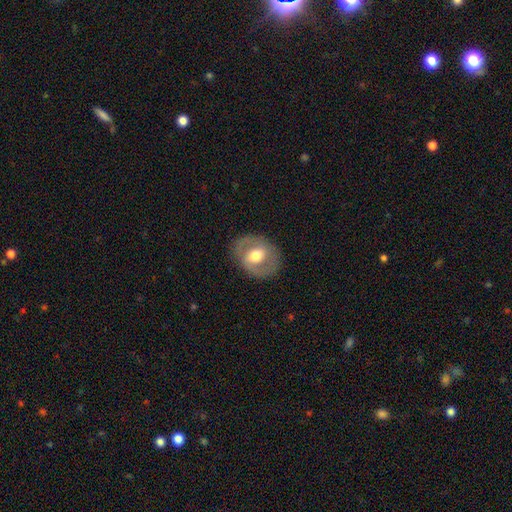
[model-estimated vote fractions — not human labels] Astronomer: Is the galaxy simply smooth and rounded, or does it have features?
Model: featured or disk — 52% (runner-up: smooth, 41%).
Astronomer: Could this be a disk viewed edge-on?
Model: no — 94%.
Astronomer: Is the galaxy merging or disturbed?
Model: none — 81%.